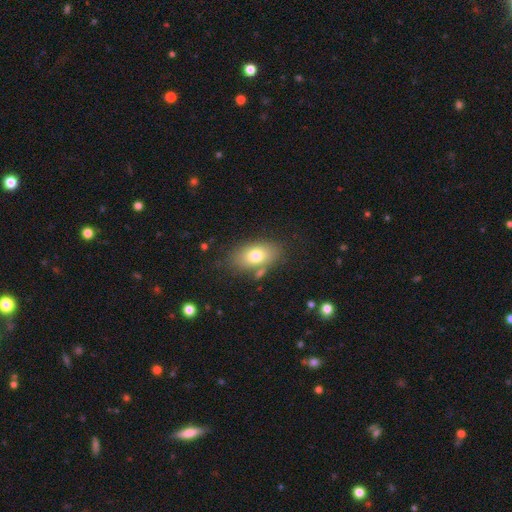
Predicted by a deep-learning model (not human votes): A smooth galaxy with no disk features (75%) that is in between round and cigar-shaped (88%). Merging: none (73%).